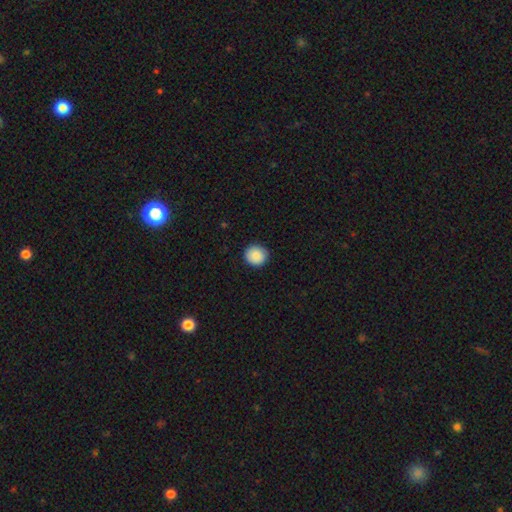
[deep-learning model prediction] Morphology: type=smooth (89%); roundness=round (89%); merging=none (90%).